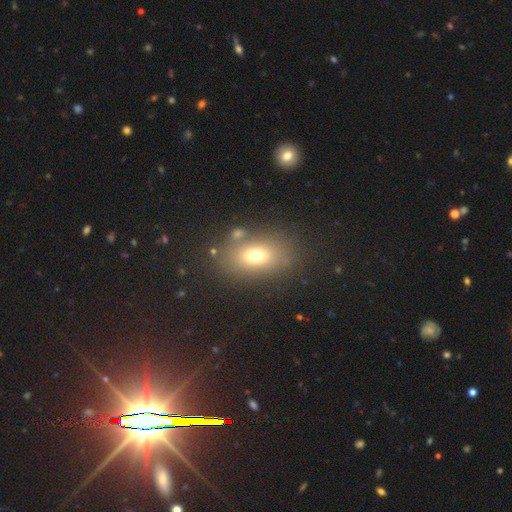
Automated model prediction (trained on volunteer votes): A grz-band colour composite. It shows a smooth galaxy with no disk features (70%) that is in between round and cigar-shaped (79%). Merging: none (77%).